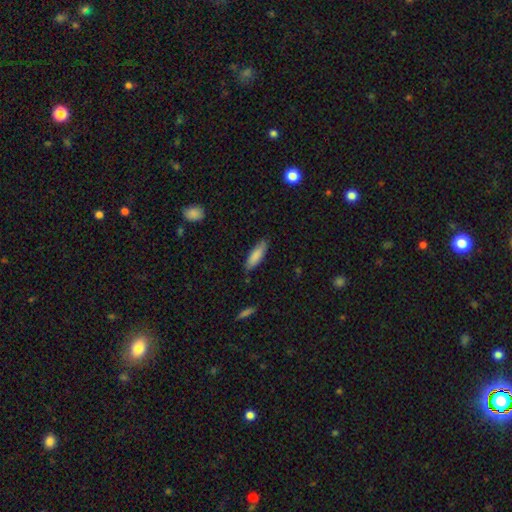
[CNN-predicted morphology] smooth-or-featured: smooth: 85% | featured or disk: 10% | star or artifact: 6%
  how-rounded: cigar-shaped: 51% | in between: 48% | round: 1%
  merging: none: 82% | minor disturbance: 14% | major disturbance: 2% | merger: 2%